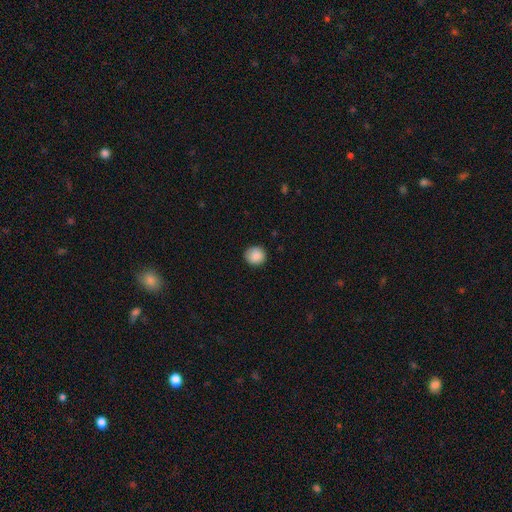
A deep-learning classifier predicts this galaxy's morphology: smooth-or-featured: smooth: 89% | star or artifact: 8% | featured or disk: 3%
  how-rounded: round: 90% | in between: 9% | cigar-shaped: 1%
  merging: none: 87% | minor disturbance: 10% | major disturbance: 2% | merger: 1%